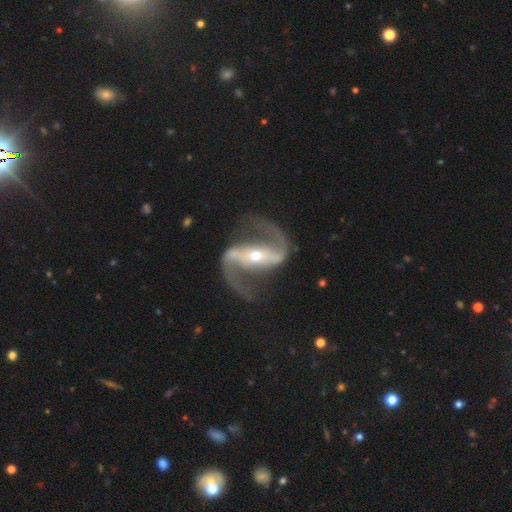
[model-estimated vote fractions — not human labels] Smooth or featured? featured or disk (93%)
Edge-on disk? no (97%)
Bar? strong (65%)
Spiral arms? yes (98%)
Spiral winding? loose (46%)
Spiral arm count? 2 (95%)
Bulge size? small (61%)
Merging? none (81%)